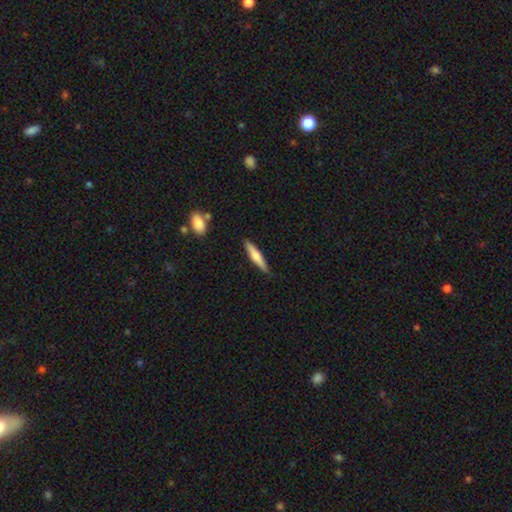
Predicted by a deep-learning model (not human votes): Q: Smooth or featured?
A: smooth (62%); runner-up: featured or disk (33%)
Q: How rounded?
A: cigar-shaped (87%); runner-up: in between (12%)
Q: Merging?
A: none (87%); runner-up: minor disturbance (10%)